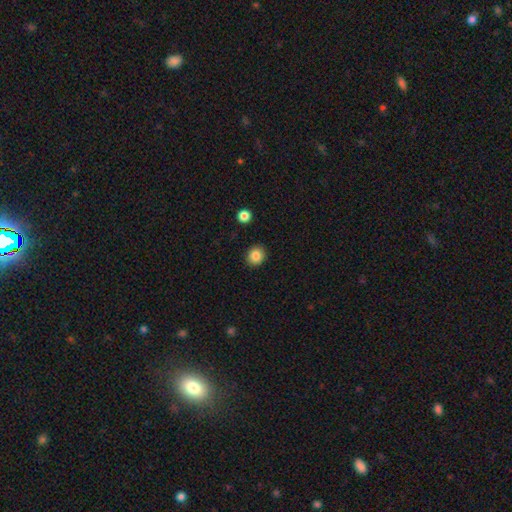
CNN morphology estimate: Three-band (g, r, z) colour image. It shows a smooth galaxy with no disk features (85%) that is round (80%). Merging: none (90%).